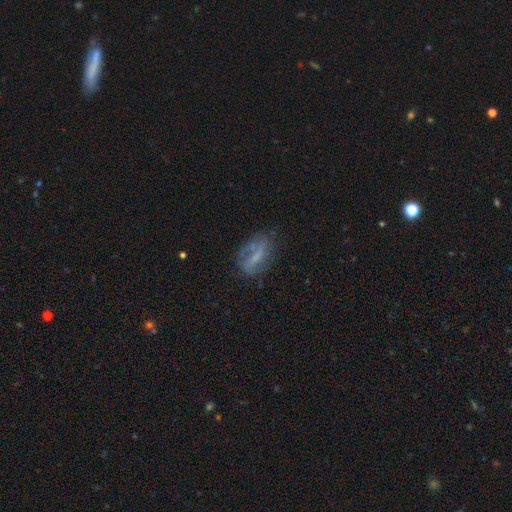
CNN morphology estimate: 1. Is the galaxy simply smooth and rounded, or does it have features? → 50% featured or disk, 39% smooth, 11% star or artifact.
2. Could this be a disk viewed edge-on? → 89% no, 11% yes.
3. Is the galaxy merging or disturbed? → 55% none, 26% minor disturbance, 16% major disturbance, 3% merger.